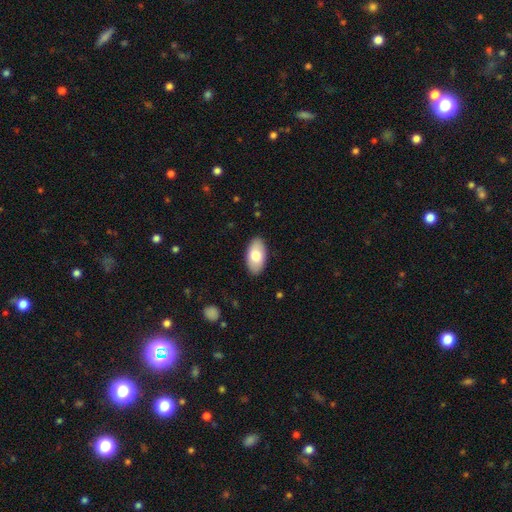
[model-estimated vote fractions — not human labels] Morphology: type=smooth (78%); roundness=in between (95%); merging=none (88%).